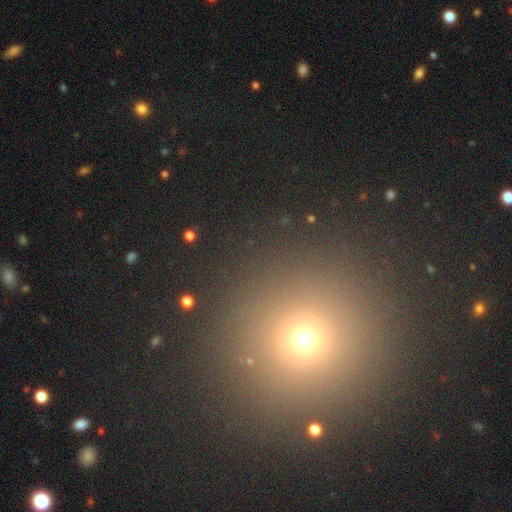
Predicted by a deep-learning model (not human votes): Q: Smooth or featured?
A: smooth (51%); runner-up: star or artifact (41%)
Q: How rounded?
A: round (93%); runner-up: in between (5%)
Q: Merging?
A: none (89%); runner-up: minor disturbance (5%)